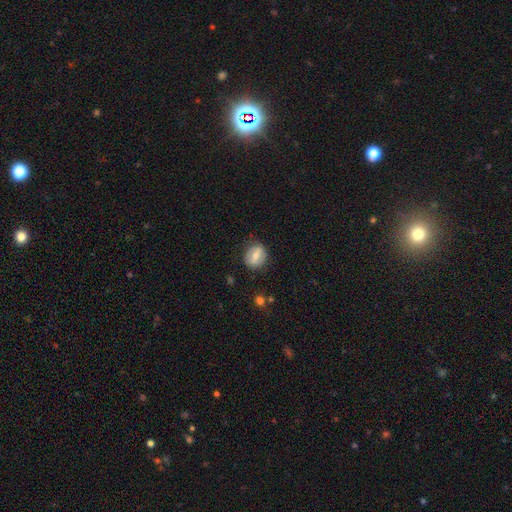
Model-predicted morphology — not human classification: Smooth or featured?
  - smooth: 56% *
  - featured or disk: 36%
  - star or artifact: 8%
How rounded?
  - round: 58% *
  - in between: 40%
  - cigar-shaped: 2%
Merging?
  - none: 80% *
  - minor disturbance: 14%
  - major disturbance: 4%
  - merger: 1%